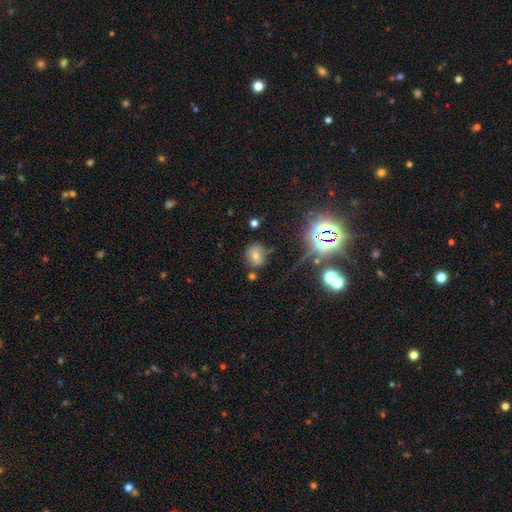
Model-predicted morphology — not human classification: Smooth or featured?
  - smooth: 60% *
  - star or artifact: 23%
  - featured or disk: 17%
How rounded?
  - round: 63% *
  - in between: 35%
  - cigar-shaped: 1%
Merging?
  - none: 69% *
  - minor disturbance: 17%
  - merger: 7%
  - major disturbance: 6%